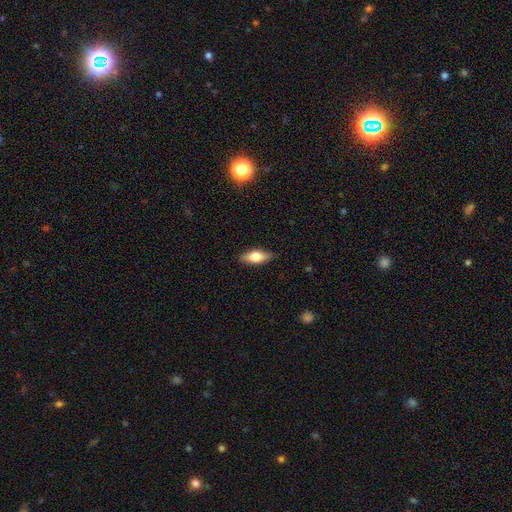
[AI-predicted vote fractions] Q: Smooth or featured?
A: smooth (61%); runner-up: featured or disk (32%)
Q: How rounded?
A: in between (74%); runner-up: cigar-shaped (23%)
Q: Merging?
A: none (85%); runner-up: minor disturbance (11%)